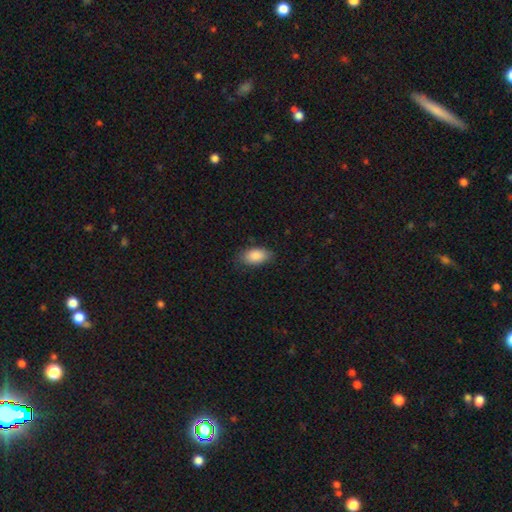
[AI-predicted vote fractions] This is clearly a smooth galaxy (88%). How rounded: clearly in between (92%). Merging: likely none (77%).